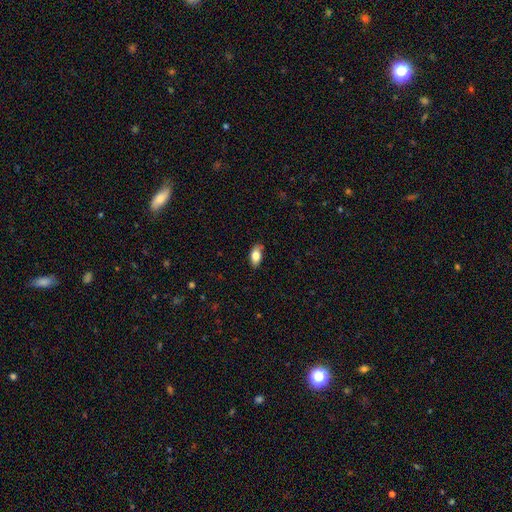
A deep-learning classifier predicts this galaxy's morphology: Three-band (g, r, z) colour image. It shows a smooth galaxy with no disk features (81%) that is in between round and cigar-shaped (90%). Merging: none (82%).